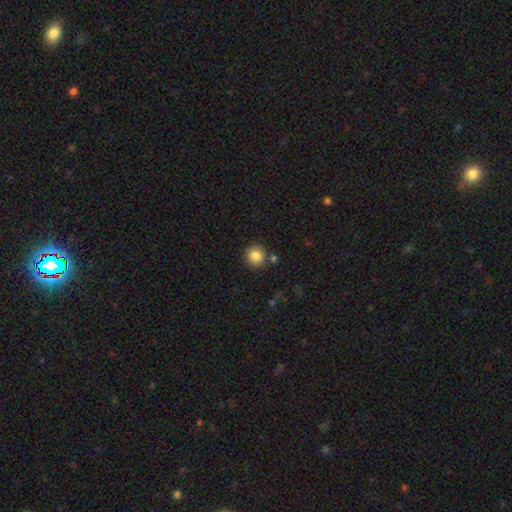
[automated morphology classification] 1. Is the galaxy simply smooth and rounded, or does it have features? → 85% smooth, 9% star or artifact, 6% featured or disk.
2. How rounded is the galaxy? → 91% round, 8% in between, 1% cigar-shaped.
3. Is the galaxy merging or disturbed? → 83% none, 8% minor disturbance, 7% merger, 2% major disturbance.